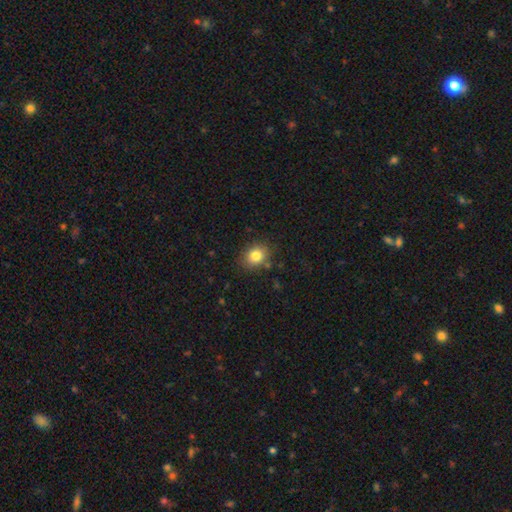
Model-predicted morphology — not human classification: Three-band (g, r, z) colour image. It shows a smooth galaxy with no disk features (81%) that is round (54%). Merging: none (83%).